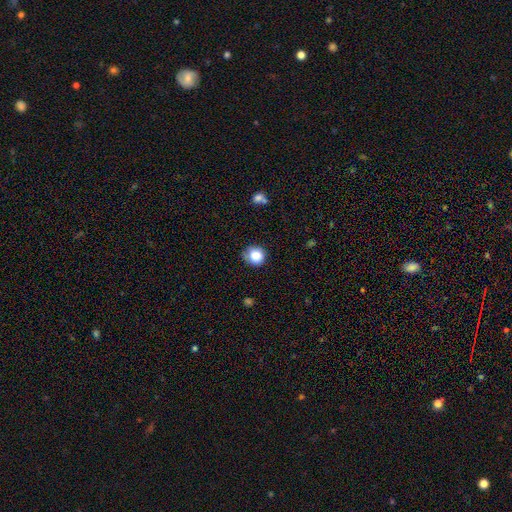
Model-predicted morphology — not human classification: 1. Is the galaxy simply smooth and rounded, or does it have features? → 85% smooth, 9% star or artifact, 5% featured or disk.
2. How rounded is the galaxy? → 87% round, 12% in between, 1% cigar-shaped.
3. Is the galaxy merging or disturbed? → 70% none, 23% minor disturbance, 5% major disturbance, 2% merger.